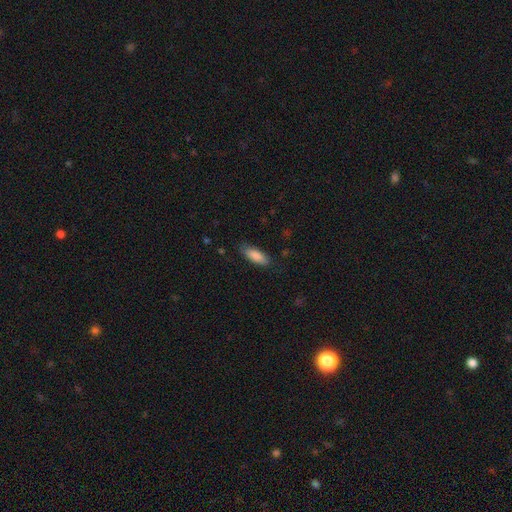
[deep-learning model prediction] The model was most divided on "how rounded": in between: 70%, cigar-shaped: 28%, round: 2%. More confident: smooth or featured — smooth (87%); merging — none (81%).